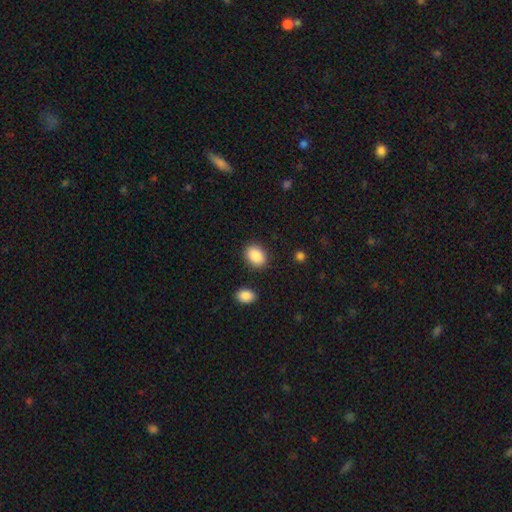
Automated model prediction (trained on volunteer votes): smooth_or_featured: smooth (p=0.89) [alt: star or artifact p=0.07]
how_rounded: in between (p=0.75) [alt: round p=0.24]
merging: none (p=0.85) [alt: minor disturbance p=0.09]